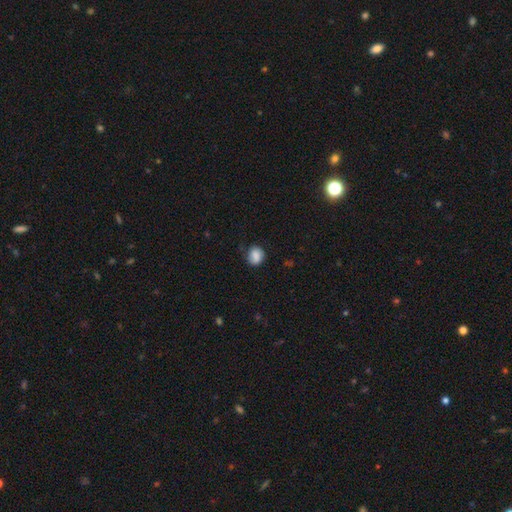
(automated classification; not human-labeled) smooth-or-featured: smooth: 83% | star or artifact: 9% | featured or disk: 8%
  how-rounded: round: 66% | in between: 33% | cigar-shaped: 1%
  merging: none: 71% | minor disturbance: 22% | major disturbance: 6% | merger: 1%